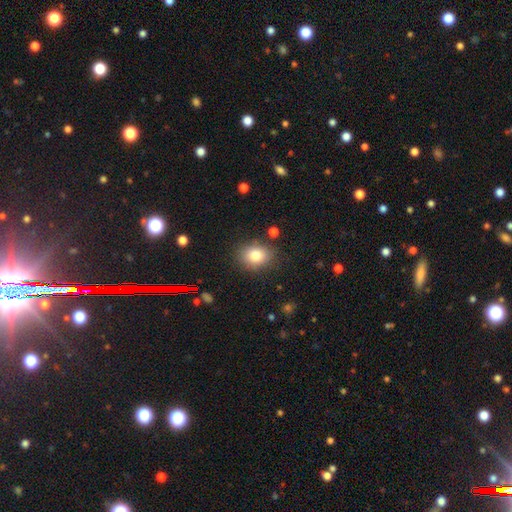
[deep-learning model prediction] Smooth or featured: smooth — 80% (star or artifact — 11%)
How rounded: round — 50% (in between — 49%)
Merging: none — 83% (minor disturbance — 11%)